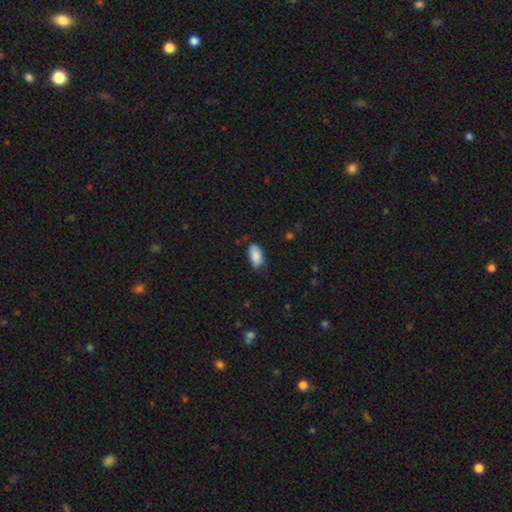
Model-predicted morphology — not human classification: smooth_or_featured: smooth (p=0.86) [alt: featured or disk p=0.07]
how_rounded: in between (p=0.94) [alt: round p=0.04]
merging: none (p=0.62) [alt: minor disturbance p=0.31]